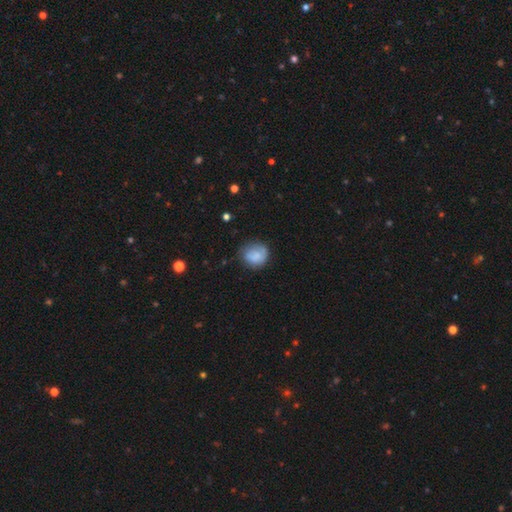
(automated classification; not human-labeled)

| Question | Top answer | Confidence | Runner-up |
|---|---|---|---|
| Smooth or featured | smooth | 74% | featured or disk (18%) |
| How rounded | round | 79% | in between (20%) |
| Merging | none | 61% | minor disturbance (27%) |